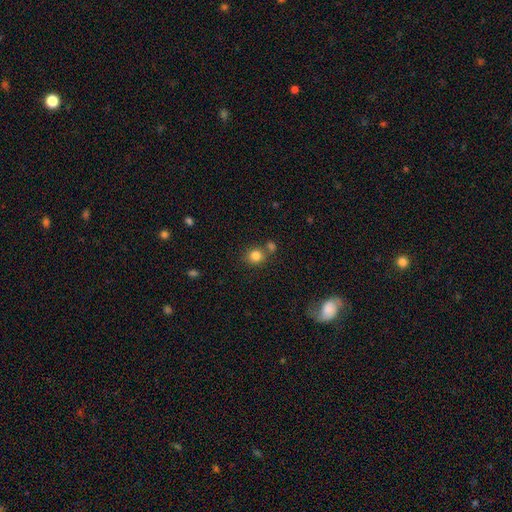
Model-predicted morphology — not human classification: Q: Smooth or featured?
A: smooth (83%); runner-up: star or artifact (11%)
Q: How rounded?
A: round (81%); runner-up: in between (18%)
Q: Merging?
A: none (66%); runner-up: merger (20%)